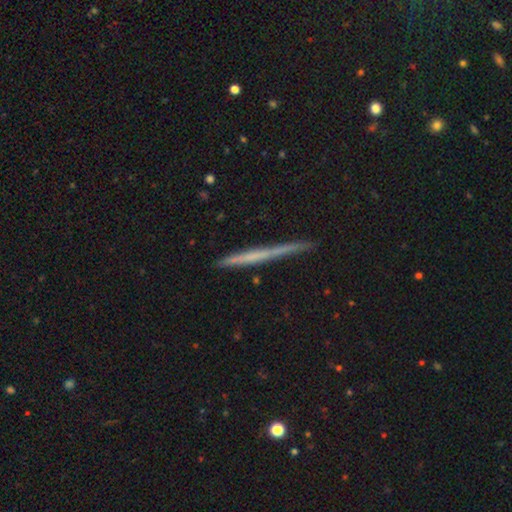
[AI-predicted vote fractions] Smooth or featured? featured or disk (47%)
Merging? none (87%)